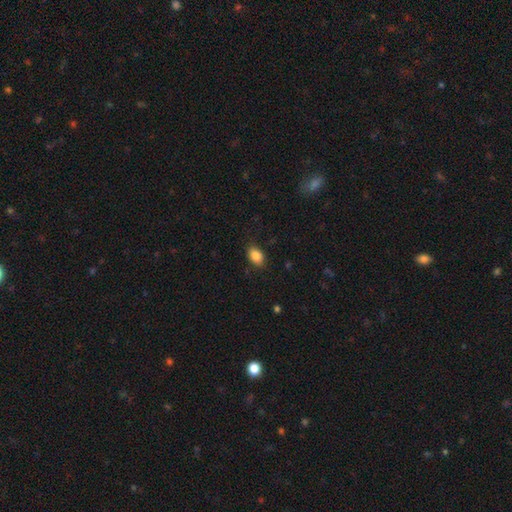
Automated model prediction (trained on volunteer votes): Morphology: type=smooth (87%); roundness=in between (84%); merging=none (82%).